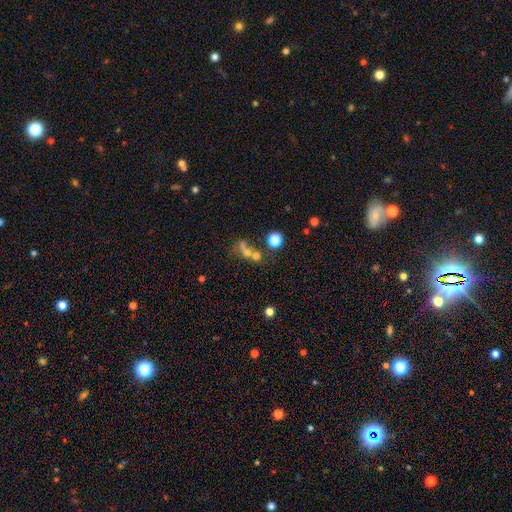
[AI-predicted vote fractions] This appears to be a smooth galaxy with no disk features (55%) that is round (68%). Merging: merger (45%).